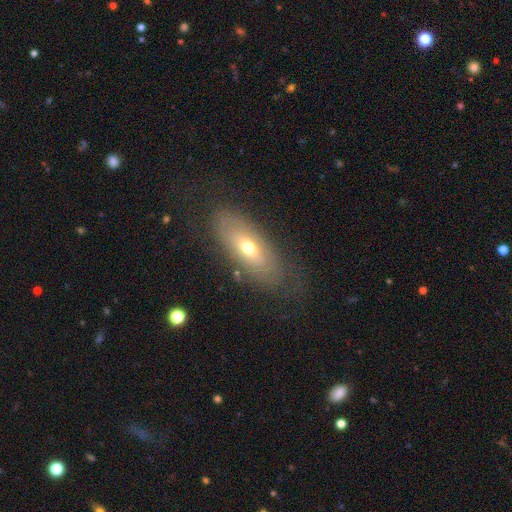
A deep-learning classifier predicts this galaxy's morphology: featured or disk 47%, smooth 44%, star or artifact 9%. Down the decision tree: merging — none (74%).